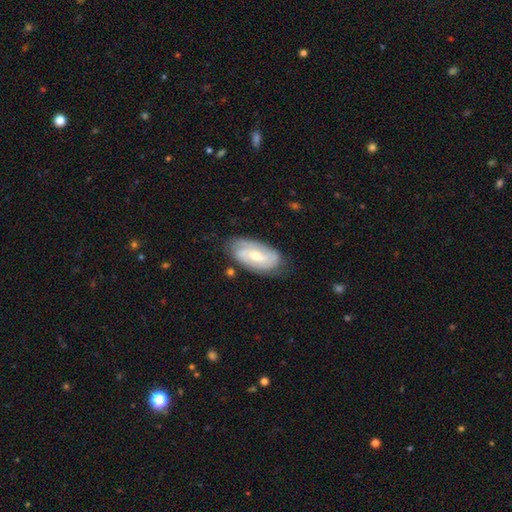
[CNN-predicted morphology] Q: Smooth or featured?
A: featured or disk (76%); runner-up: smooth (18%)
Q: Edge-on disk?
A: no (94%); runner-up: yes (6%)
Q: Bar?
A: weak (44%); runner-up: no (39%)
Q: Spiral arms?
A: yes (93%); runner-up: no (7%)
Q: Spiral winding?
A: tight (51%); runner-up: medium (37%)
Q: Spiral arm count?
A: 2 (53%); runner-up: can't tell (20%)
Q: Bulge size?
A: moderate (51%); runner-up: small (45%)
Q: Merging?
A: none (76%); runner-up: minor disturbance (18%)